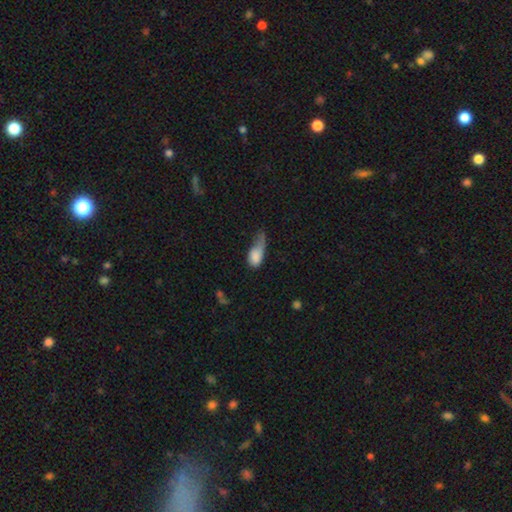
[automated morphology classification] The model was most divided on "merging": major disturbance: 47%, minor disturbance: 33%, none: 16%, merger: 5%. More confident: how rounded — in between (83%); smooth or featured — smooth (77%).